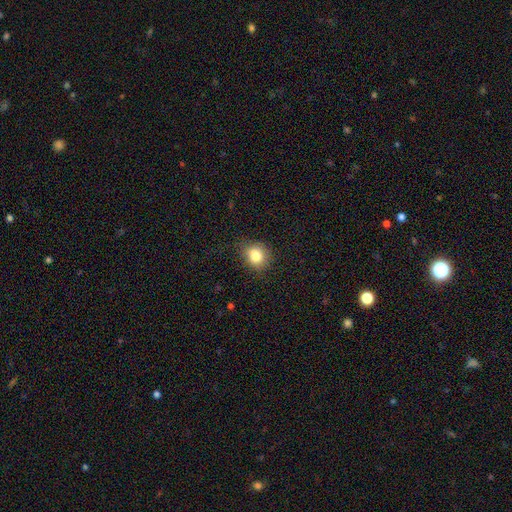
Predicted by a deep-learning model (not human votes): A smooth galaxy with no disk features (83%) that is round (68%).

Vote fractions:
- Smooth or featured? smooth: 83% / star or artifact: 10% / featured or disk: 7%
- How rounded? round: 68% / in between: 31% / cigar-shaped: 1%
- Merging? none: 73% / minor disturbance: 20% / major disturbance: 6% / merger: 1%